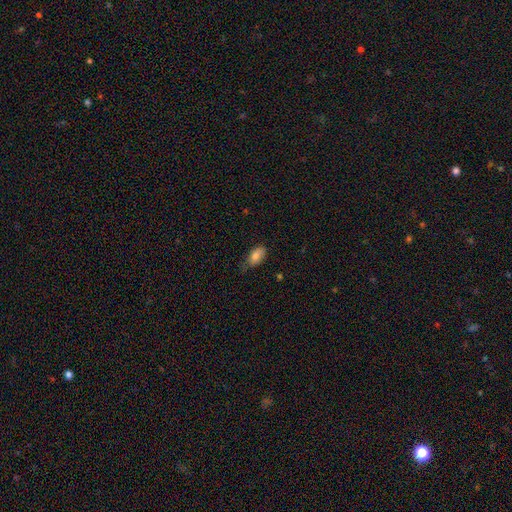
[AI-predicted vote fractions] This appears to be a smooth galaxy with no disk features (81%) that is in between round and cigar-shaped (91%). Merging: none (58%).